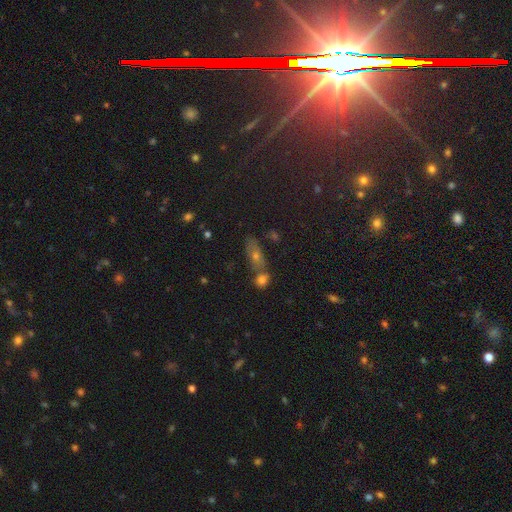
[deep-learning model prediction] smooth 54%, star or artifact 24%, featured or disk 22%. Down the decision tree: how rounded — in between (64%); merging — none (53%).